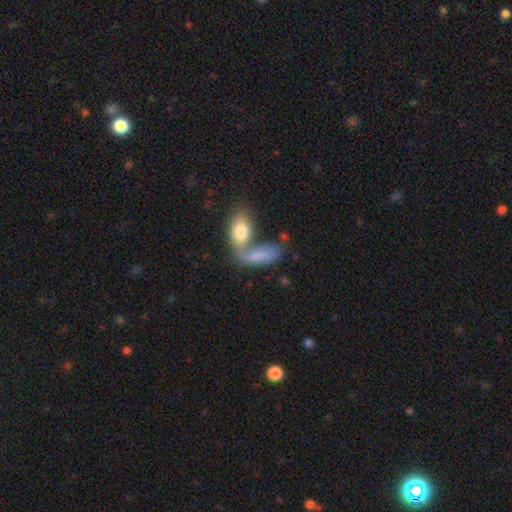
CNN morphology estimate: Q: Smooth or featured?
A: smooth (77%); runner-up: featured or disk (16%)
Q: How rounded?
A: in between (73%); runner-up: cigar-shaped (23%)
Q: Merging?
A: merger (56%); runner-up: none (28%)